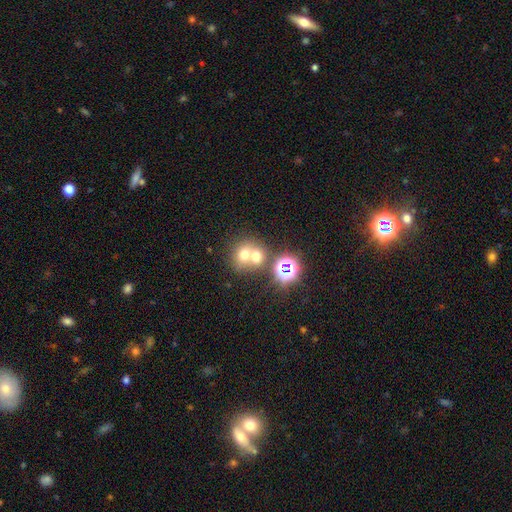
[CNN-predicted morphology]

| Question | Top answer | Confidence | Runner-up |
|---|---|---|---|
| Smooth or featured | smooth | 62% | star or artifact (21%) |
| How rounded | round | 76% | in between (23%) |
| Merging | merger | 56% | none (35%) |